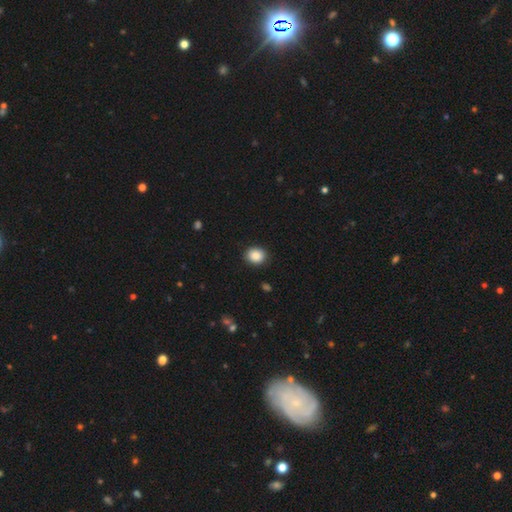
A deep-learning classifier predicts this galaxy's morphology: smooth-or-featured: smooth: 88% | star or artifact: 9% | featured or disk: 3%
  how-rounded: round: 60% | in between: 40% | cigar-shaped: 1%
  merging: none: 90% | minor disturbance: 7% | major disturbance: 2% | merger: 1%